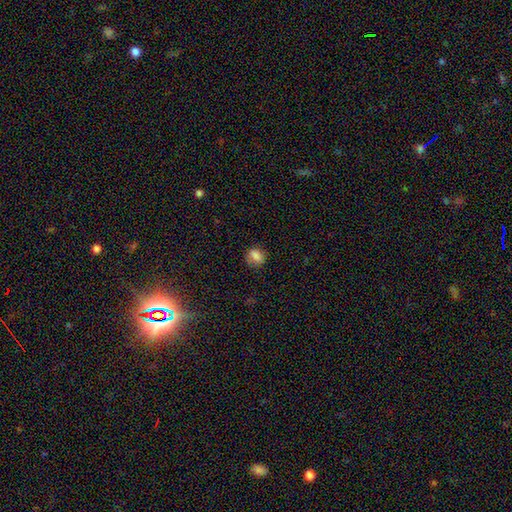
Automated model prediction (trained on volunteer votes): smooth_or_featured: smooth (p=0.82) [alt: star or artifact p=0.11]
how_rounded: in between (p=0.49) [tied with: round p=0.49]
merging: none (p=0.78) [alt: minor disturbance p=0.16]